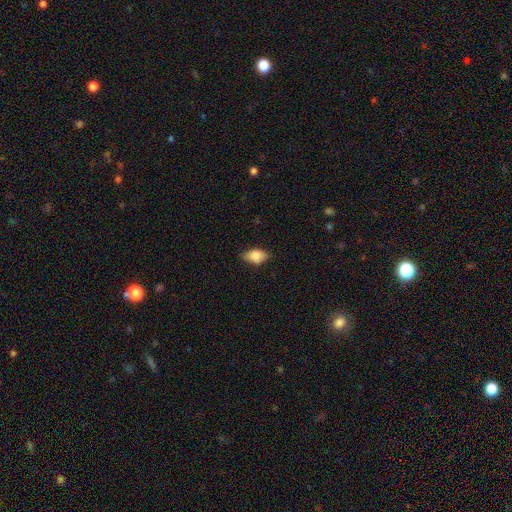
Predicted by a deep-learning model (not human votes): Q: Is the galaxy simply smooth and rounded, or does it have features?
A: smooth — 83%.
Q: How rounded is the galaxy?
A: in between — 90%.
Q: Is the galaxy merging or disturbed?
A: none — 74%.